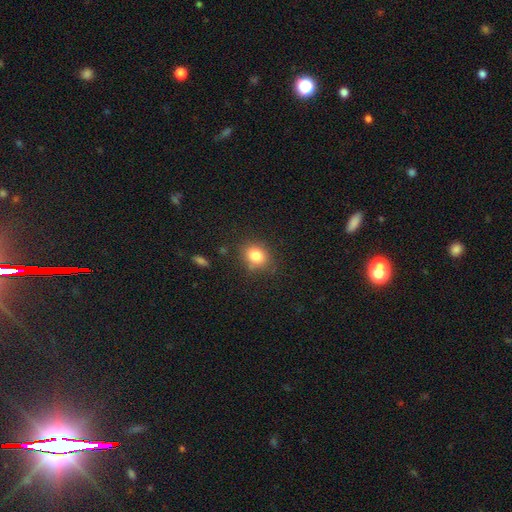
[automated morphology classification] A smooth galaxy with no disk features (82%) that is round (53%).

Vote fractions:
- Smooth or featured? smooth: 82% / star or artifact: 11% / featured or disk: 7%
- How rounded? round: 53% / in between: 46% / cigar-shaped: 1%
- Merging? none: 78% / minor disturbance: 14% / major disturbance: 4% / merger: 3%